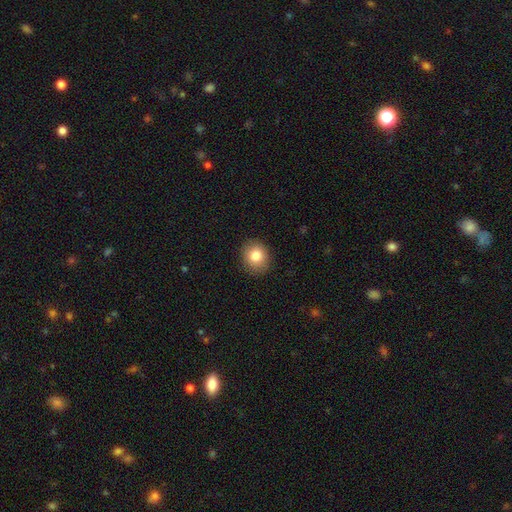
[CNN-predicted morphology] Smooth or featured?
  - smooth: 83% *
  - star or artifact: 9%
  - featured or disk: 8%
How rounded?
  - round: 73% *
  - in between: 26%
  - cigar-shaped: 1%
Merging?
  - none: 90% *
  - minor disturbance: 7%
  - major disturbance: 2%
  - merger: 1%